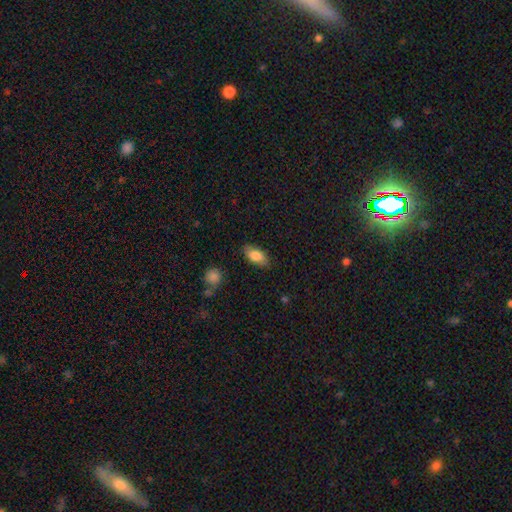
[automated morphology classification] Smooth or featured? smooth (83%)
How rounded? in between (89%)
Merging? none (83%)